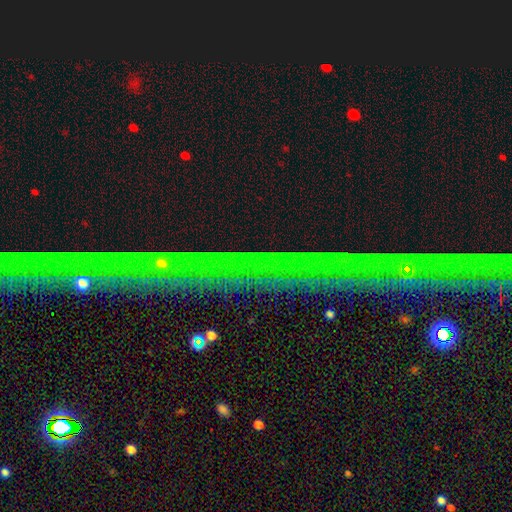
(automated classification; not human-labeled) Overall: star or artifact (79%).